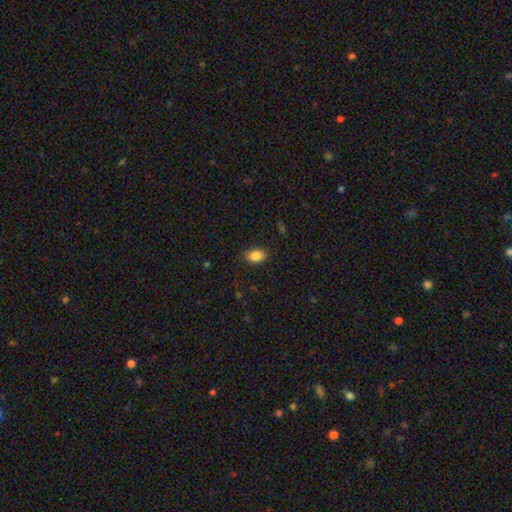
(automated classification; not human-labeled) This appears to be a smooth galaxy with no disk features (85%) that is in between round and cigar-shaped (86%). Merging: none (87%).